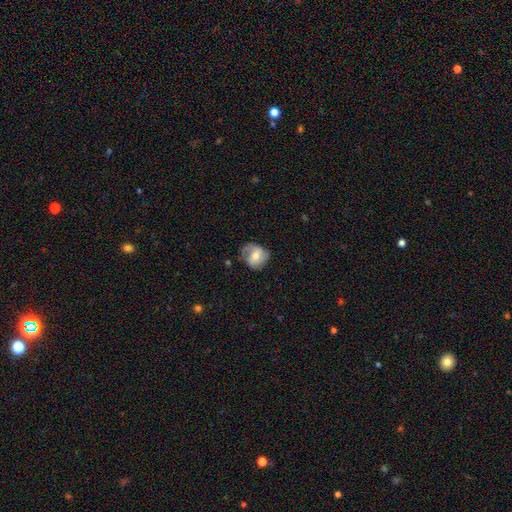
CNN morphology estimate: Q: Smooth or featured?
A: featured or disk (56%); runner-up: smooth (37%)
Q: Edge-on disk?
A: no (97%); runner-up: yes (3%)
Q: Bar?
A: weak (41%); tied with: no (41%)
Q: Spiral arms?
A: yes (80%); runner-up: no (20%)
Q: Bulge size?
A: moderate (63%); runner-up: small (30%)
Q: Merging?
A: none (56%); runner-up: minor disturbance (28%)